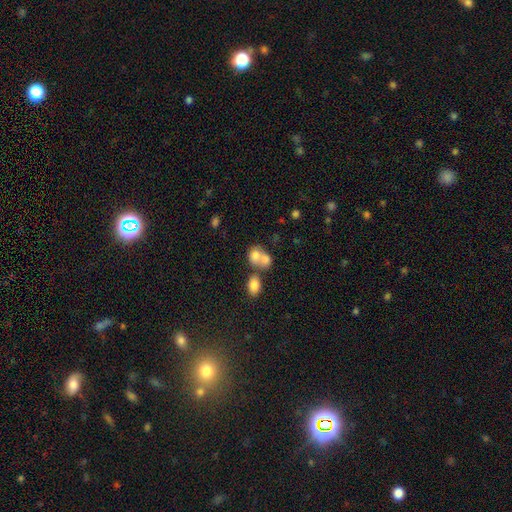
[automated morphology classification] The model was most divided on "how rounded": in between: 52%, round: 47%, cigar-shaped: 1%. More confident: smooth or featured — smooth (74%); merging — merger (65%).